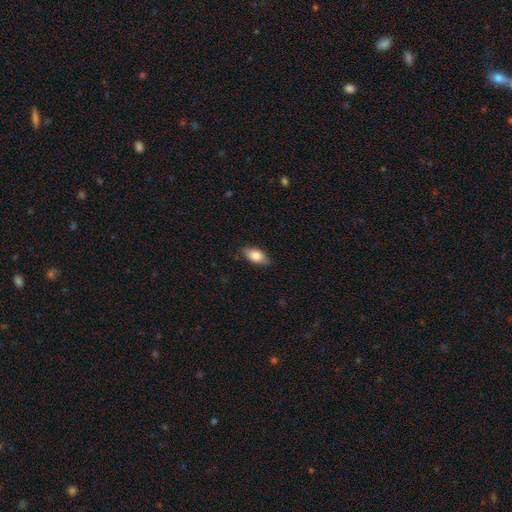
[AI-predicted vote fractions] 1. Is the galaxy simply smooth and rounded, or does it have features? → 81% smooth, 13% featured or disk, 6% star or artifact.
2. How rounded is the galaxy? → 89% in between, 7% cigar-shaped, 4% round.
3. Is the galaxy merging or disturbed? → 84% none, 13% minor disturbance, 2% major disturbance, 1% merger.